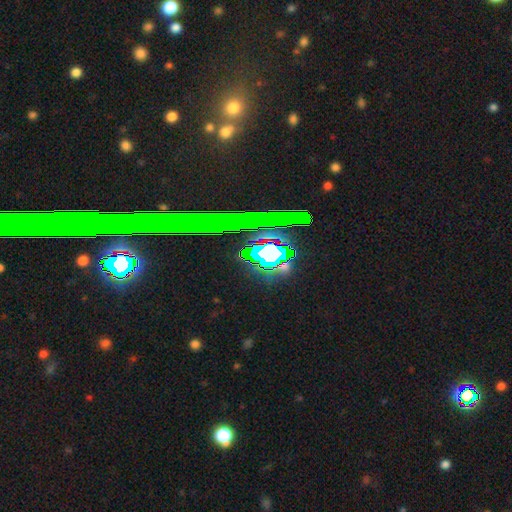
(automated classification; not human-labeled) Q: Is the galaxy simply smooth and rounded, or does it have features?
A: star or artifact — 75%.